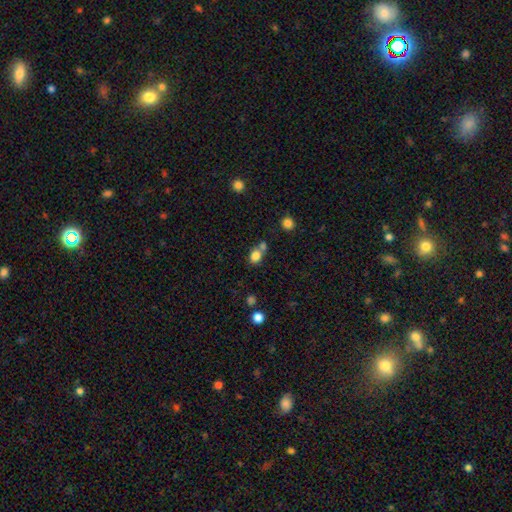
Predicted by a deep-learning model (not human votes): Overall: smooth (80%). How rounded: round (51%; in between 48%). Merging: none (49%; merger 34%).